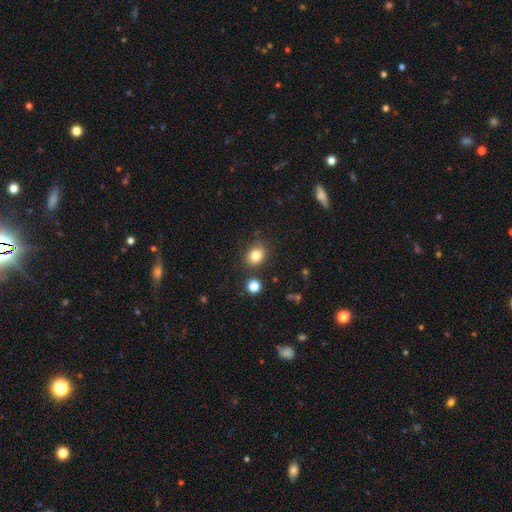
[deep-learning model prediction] Q: Smooth or featured?
A: smooth (82%); runner-up: star or artifact (11%)
Q: How rounded?
A: round (51%); runner-up: in between (48%)
Q: Merging?
A: none (81%); runner-up: minor disturbance (11%)